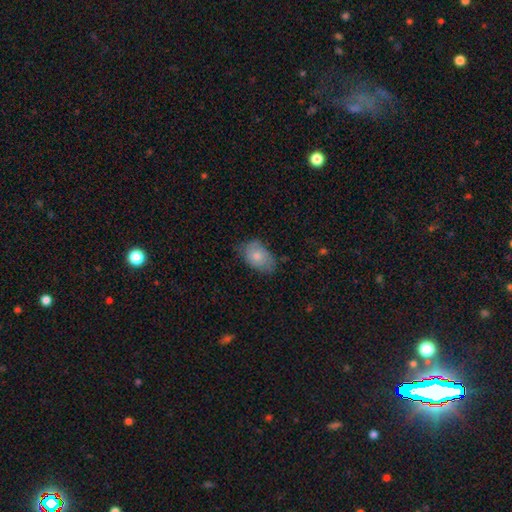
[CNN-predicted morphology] smooth-or-featured: smooth: 63% | featured or disk: 27% | star or artifact: 9%
  how-rounded: in between: 85% | round: 13% | cigar-shaped: 2%
  merging: none: 65% | minor disturbance: 27% | major disturbance: 7% | merger: 1%